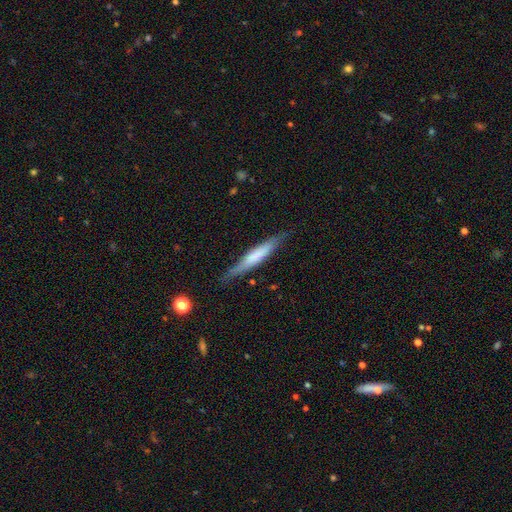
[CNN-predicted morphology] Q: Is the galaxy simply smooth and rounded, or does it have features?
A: smooth — 52%.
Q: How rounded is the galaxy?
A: cigar-shaped — 91%.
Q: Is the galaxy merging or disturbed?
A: none — 81%.